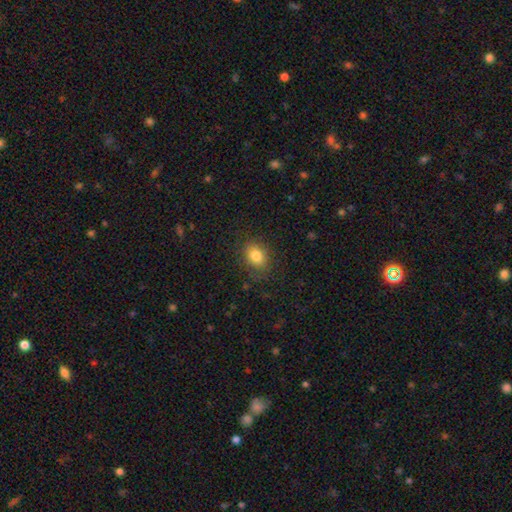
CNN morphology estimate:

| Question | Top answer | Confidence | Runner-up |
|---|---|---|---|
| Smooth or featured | smooth | 82% | star or artifact (10%) |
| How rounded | in between | 61% | round (38%) |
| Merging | none | 81% | minor disturbance (14%) |